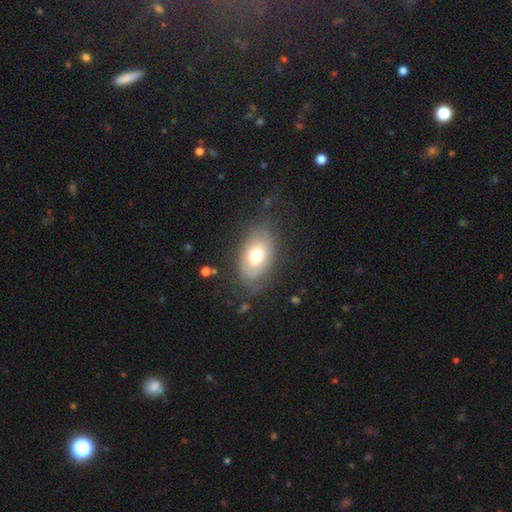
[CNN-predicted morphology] This is possibly a smooth galaxy (58%). How rounded: clearly in between (87%). Merging: likely none (71%).